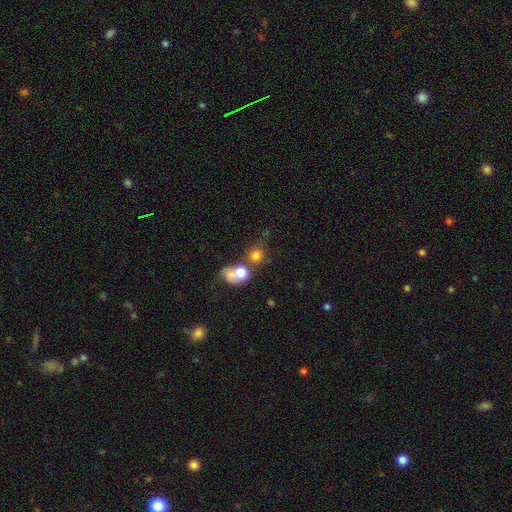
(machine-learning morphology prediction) Smooth or featured? Predicted: smooth (p=0.75). How rounded? Predicted: round (p=0.78). Merging? Predicted: none (p=0.41).